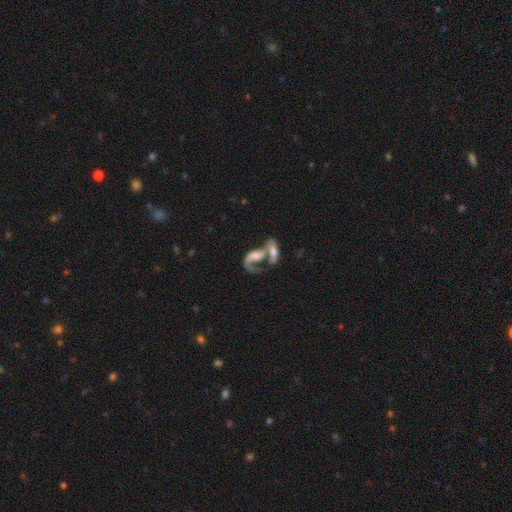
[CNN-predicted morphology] Smooth or featured? featured or disk (61%)
Edge-on disk? no (93%)
Bar? no (63%)
Spiral arms? yes (71%)
Bulge size? moderate (28%)
Merging? merger (64%)